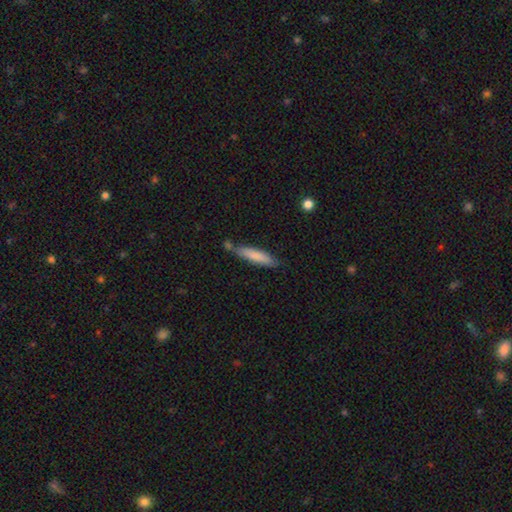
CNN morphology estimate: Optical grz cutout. It shows a smooth galaxy with no disk features (80%) that is cigar-shaped (84%). Merging: none (69%).